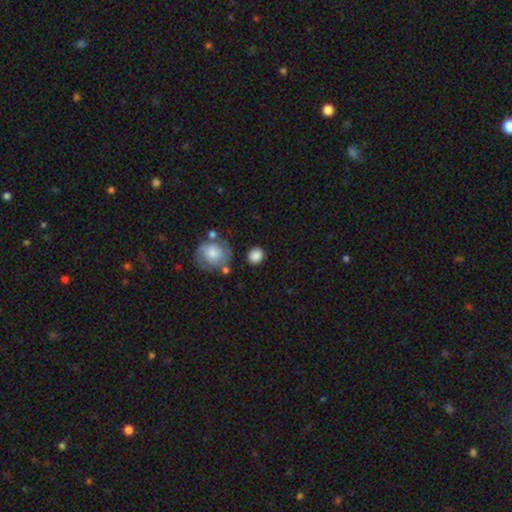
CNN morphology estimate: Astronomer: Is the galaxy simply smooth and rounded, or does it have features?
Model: smooth — 86%.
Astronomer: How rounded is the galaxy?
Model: round — 73%.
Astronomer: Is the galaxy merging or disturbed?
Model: none — 78%.